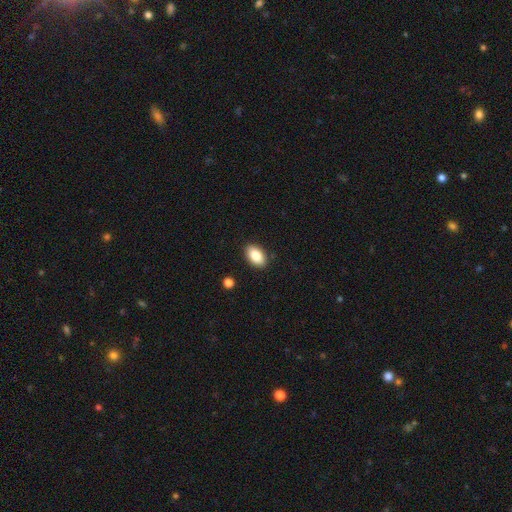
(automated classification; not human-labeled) A smooth galaxy with no disk features (85%) that is in between round and cigar-shaped (92%). Merging: none (88%).